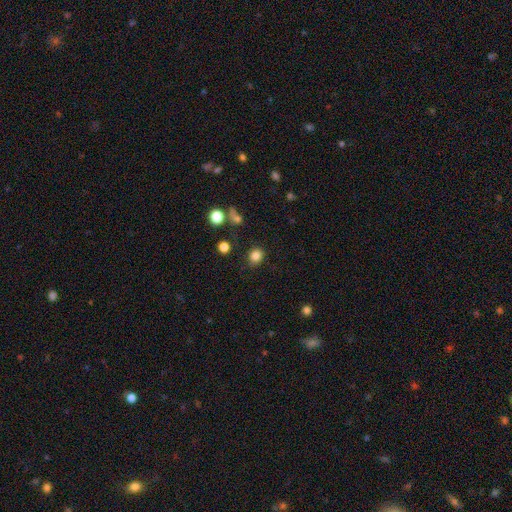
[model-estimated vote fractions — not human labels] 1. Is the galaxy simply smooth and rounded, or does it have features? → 83% smooth, 12% star or artifact, 5% featured or disk.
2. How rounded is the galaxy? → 71% round, 28% in between, 1% cigar-shaped.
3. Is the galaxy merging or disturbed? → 84% none, 10% minor disturbance, 3% major disturbance, 3% merger.